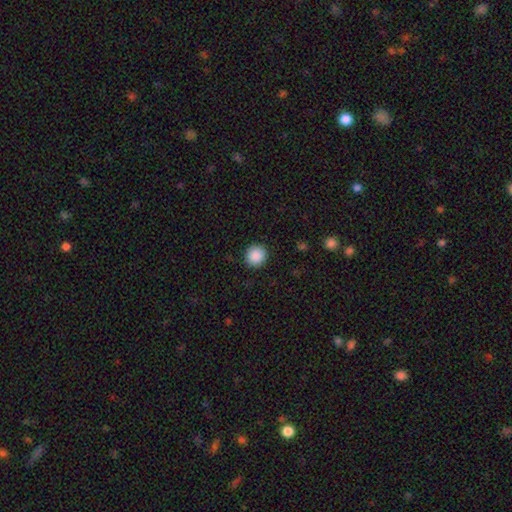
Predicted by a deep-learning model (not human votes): Smooth or featured?
  - smooth: 89% *
  - star or artifact: 9%
  - featured or disk: 3%
How rounded?
  - round: 92% *
  - in between: 7%
  - cigar-shaped: 1%
Merging?
  - none: 91% *
  - minor disturbance: 6%
  - major disturbance: 2%
  - merger: 1%